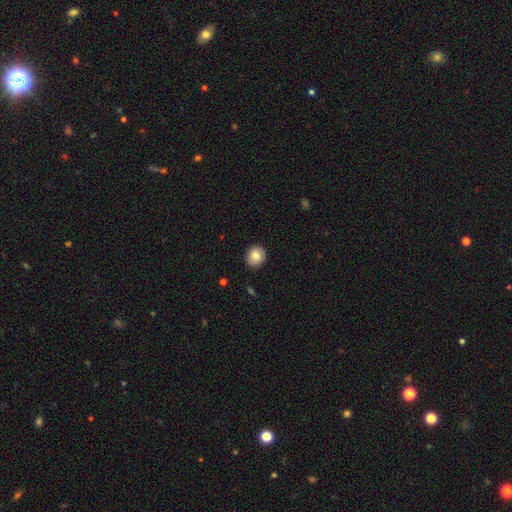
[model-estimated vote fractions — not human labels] A smooth galaxy with no disk features (82%) that is round (77%). Merging: none (88%).